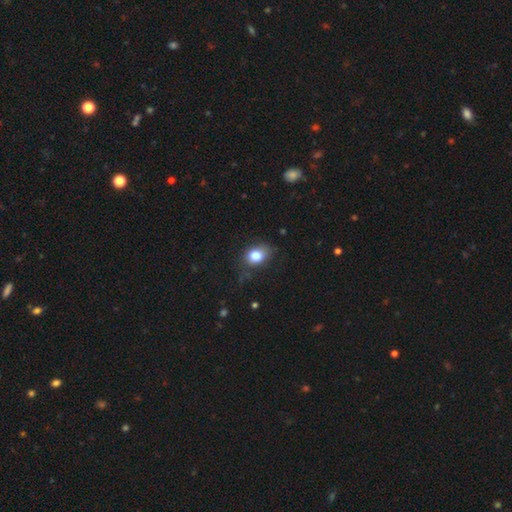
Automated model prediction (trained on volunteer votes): A smooth galaxy with no disk features (82%) that is in between round and cigar-shaped (58%). Merging: none (68%).